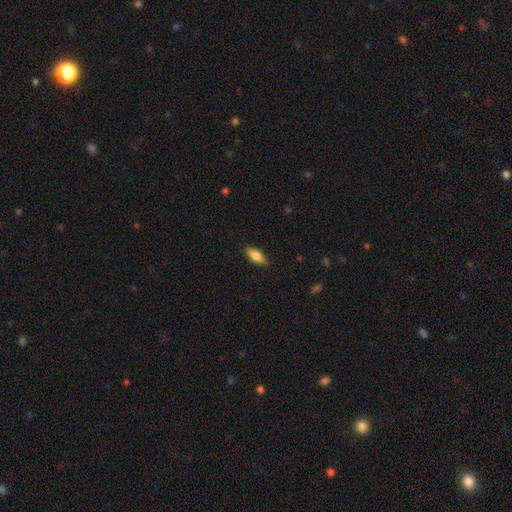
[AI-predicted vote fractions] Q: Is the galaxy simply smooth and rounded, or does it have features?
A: smooth — 72%.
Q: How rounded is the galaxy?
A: in between — 69%.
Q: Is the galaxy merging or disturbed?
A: none — 87%.